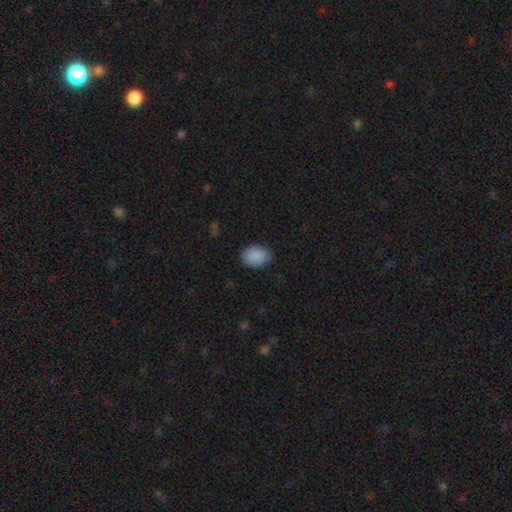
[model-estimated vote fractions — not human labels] Q: Smooth or featured?
A: smooth (90%); runner-up: star or artifact (7%)
Q: How rounded?
A: in between (74%); runner-up: round (26%)
Q: Merging?
A: none (85%); runner-up: minor disturbance (12%)